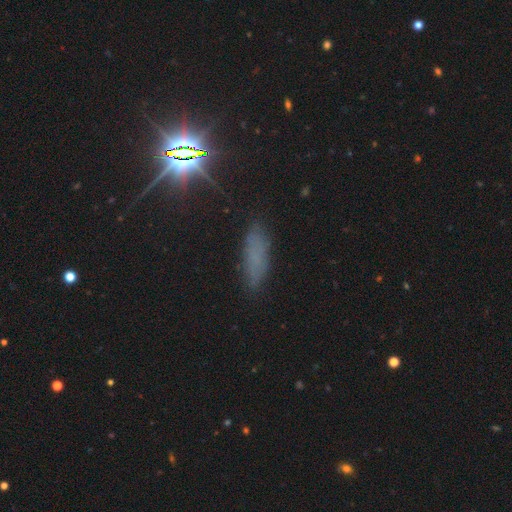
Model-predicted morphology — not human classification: Q: Smooth or featured?
A: smooth (49%); runner-up: star or artifact (35%)
Q: Merging?
A: none (81%); runner-up: minor disturbance (13%)